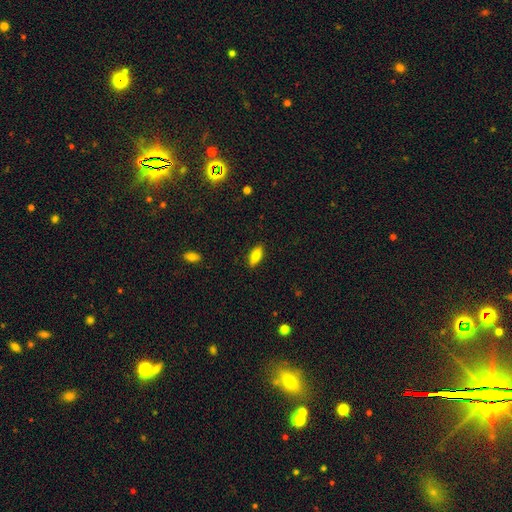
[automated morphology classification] This is likely a smooth galaxy (79%). How rounded: likely in between (65%). Merging: clearly none (88%).